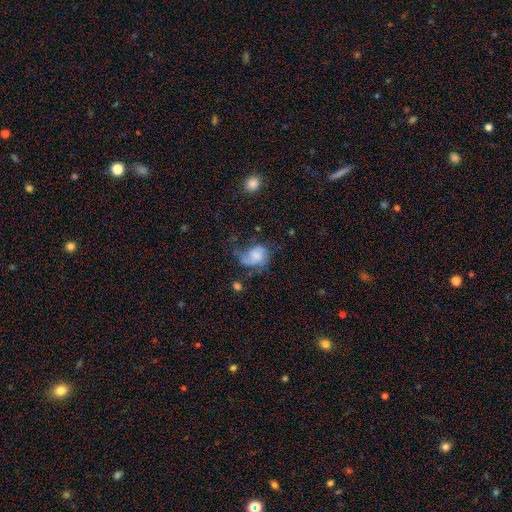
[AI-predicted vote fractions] Q: Smooth or featured?
A: featured or disk (52%); runner-up: smooth (39%)
Q: Edge-on disk?
A: no (98%); runner-up: yes (2%)
Q: Bar?
A: no (69%); runner-up: weak (27%)
Q: Spiral arms?
A: yes (76%); runner-up: no (24%)
Q: Bulge size?
A: none (29%); tied with: small (29%)
Q: Merging?
A: major disturbance (39%); runner-up: none (30%)